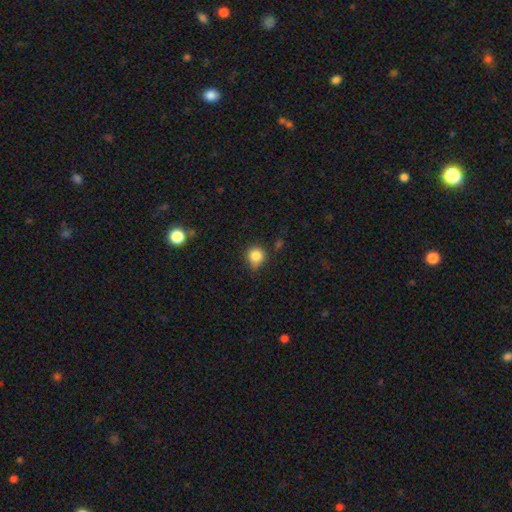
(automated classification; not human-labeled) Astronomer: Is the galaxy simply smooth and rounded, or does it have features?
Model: smooth — 83%.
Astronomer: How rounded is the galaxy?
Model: round — 86%.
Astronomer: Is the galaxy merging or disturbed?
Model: none — 73%.